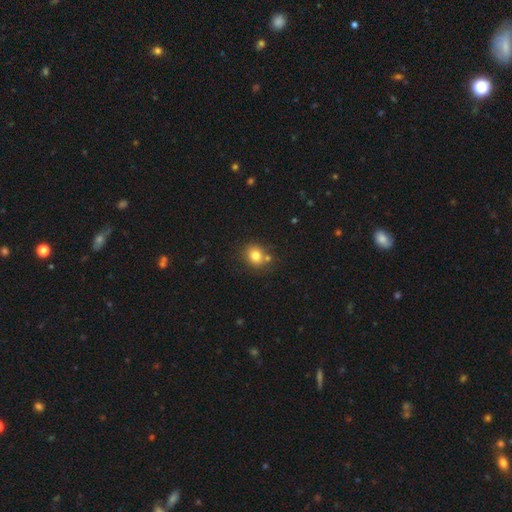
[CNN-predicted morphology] This appears to be a smooth galaxy with no disk features (78%) that is round (72%). Merging: none (69%).